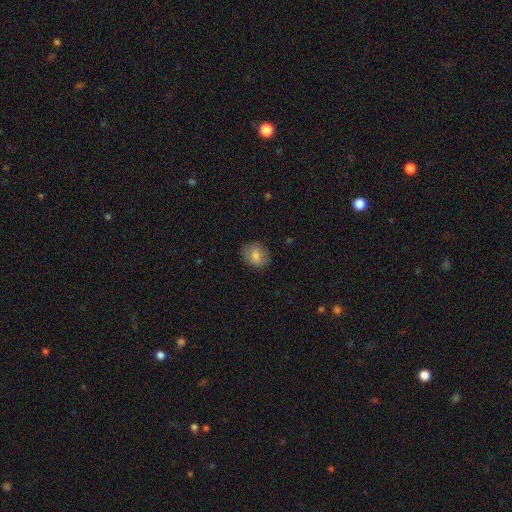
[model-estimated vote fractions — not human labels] smooth-or-featured: smooth: 81% | featured or disk: 10% | star or artifact: 9%
  how-rounded: round: 65% | in between: 34% | cigar-shaped: 1%
  merging: none: 85% | minor disturbance: 11% | major disturbance: 3% | merger: 1%